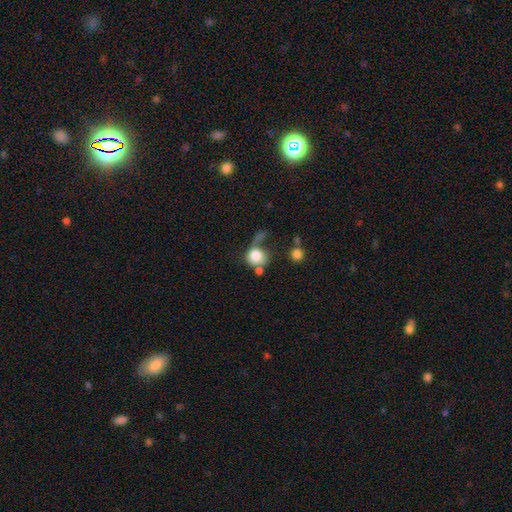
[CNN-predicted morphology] smooth-or-featured: smooth: 77% | featured or disk: 14% | star or artifact: 9%
  how-rounded: round: 78% | in between: 20% | cigar-shaped: 1%
  merging: none: 28% (tied) | major disturbance: 28% (tied) | merger: 26% | minor disturbance: 17%